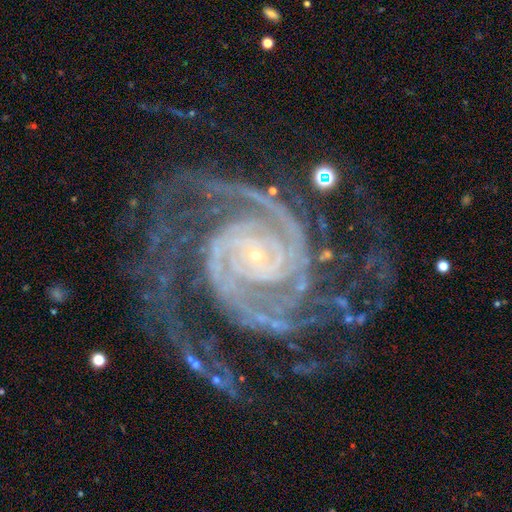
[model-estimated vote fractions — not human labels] This appears to be a featured or disk galaxy (93%) with no bar (64%), 2 (55%) tight (66%) spiral arms (99%) and a small central bulge (86%). Merging: none (63%).